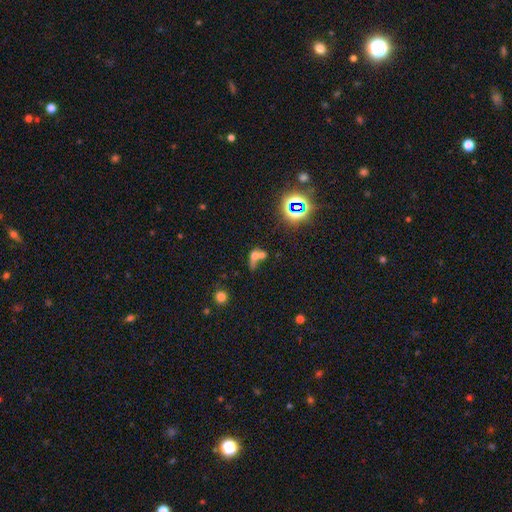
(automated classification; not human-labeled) A smooth galaxy with no disk features (54%) that is in between round and cigar-shaped (48%).

Vote fractions:
- Smooth or featured? smooth: 54% / star or artifact: 23% / featured or disk: 23%
- How rounded? in between: 48% / round: 44% / cigar-shaped: 8%
- Merging? merger: 61% / none: 22% / major disturbance: 9% / minor disturbance: 8%